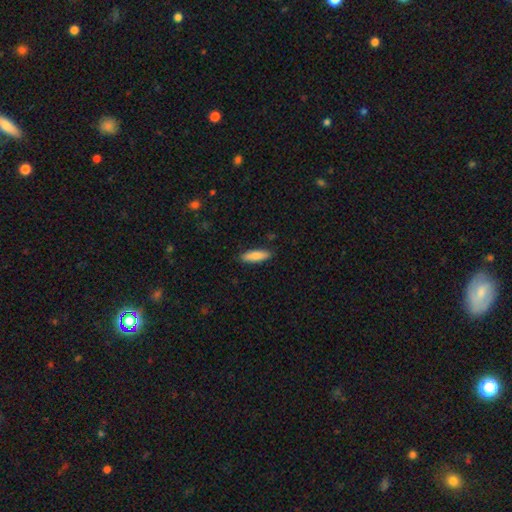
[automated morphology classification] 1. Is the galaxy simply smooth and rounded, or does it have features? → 85% smooth, 9% featured or disk, 6% star or artifact.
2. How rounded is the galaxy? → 51% cigar-shaped, 47% in between, 2% round.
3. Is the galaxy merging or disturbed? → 88% none, 9% minor disturbance, 2% major disturbance, 1% merger.